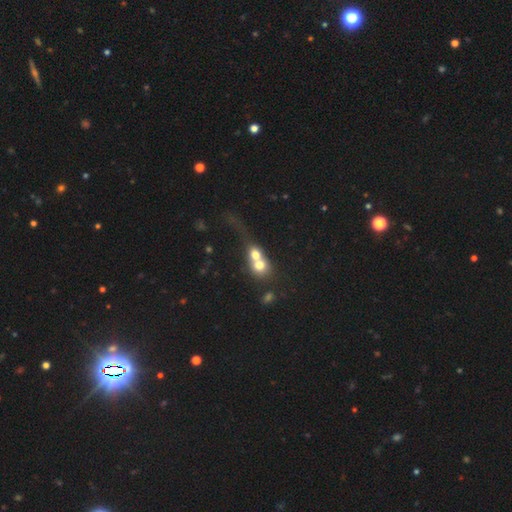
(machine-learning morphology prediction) Smooth or featured? smooth (63%)
How rounded? round (63%)
Merging? merger (74%)